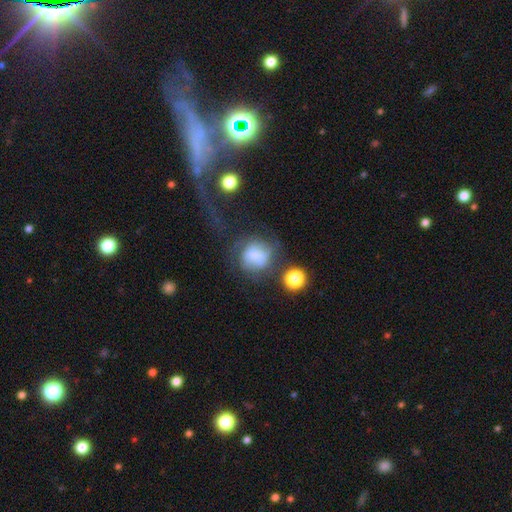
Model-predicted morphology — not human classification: Q: Smooth or featured?
A: smooth (53%); runner-up: featured or disk (34%)
Q: How rounded?
A: round (74%); runner-up: in between (25%)
Q: Merging?
A: none (37%); runner-up: major disturbance (32%)